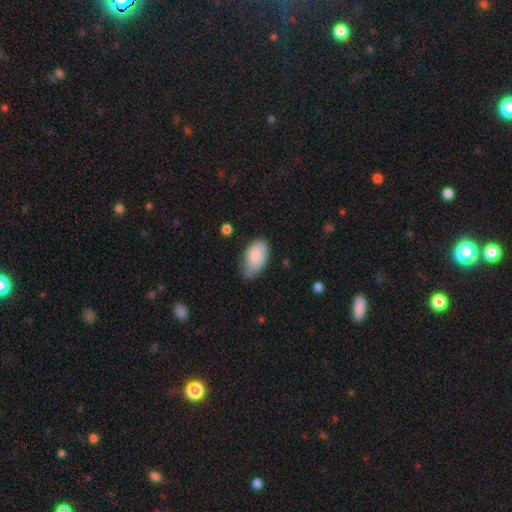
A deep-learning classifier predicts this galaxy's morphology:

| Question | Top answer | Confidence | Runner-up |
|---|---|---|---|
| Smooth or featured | smooth | 82% | featured or disk (12%) |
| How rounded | in between | 94% | round (4%) |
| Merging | none | 54% | minor disturbance (37%) |